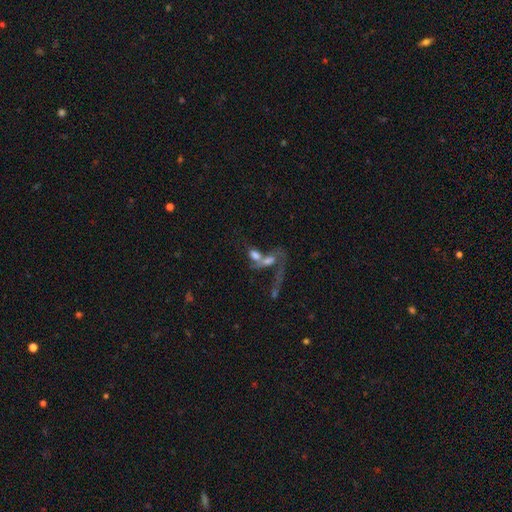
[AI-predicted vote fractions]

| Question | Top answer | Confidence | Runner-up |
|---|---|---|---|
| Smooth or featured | smooth | 54% | featured or disk (32%) |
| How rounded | in between | 74% | round (17%) |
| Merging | merger | 68% | none (13%) |